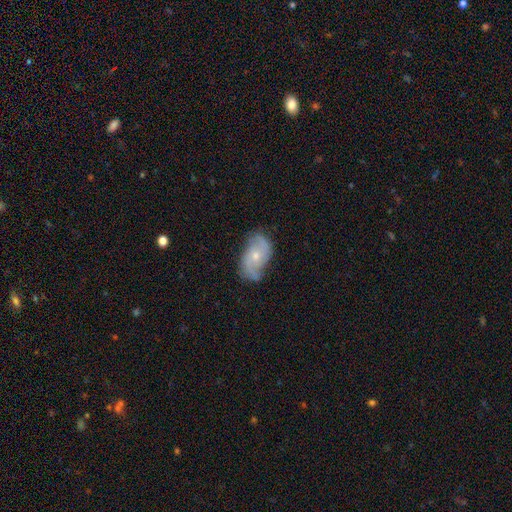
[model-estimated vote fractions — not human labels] Smooth or featured? Predicted: featured or disk (p=0.75). Edge-on disk? Predicted: no (p=0.96). Bar? Predicted: no (p=0.69). Spiral arms? Predicted: yes (p=0.92). Spiral winding? Predicted: medium (p=0.45). Spiral arm count? Predicted: 2 (p=0.80). Bulge size? Predicted: small (p=0.55). Merging? Predicted: none (p=0.67).